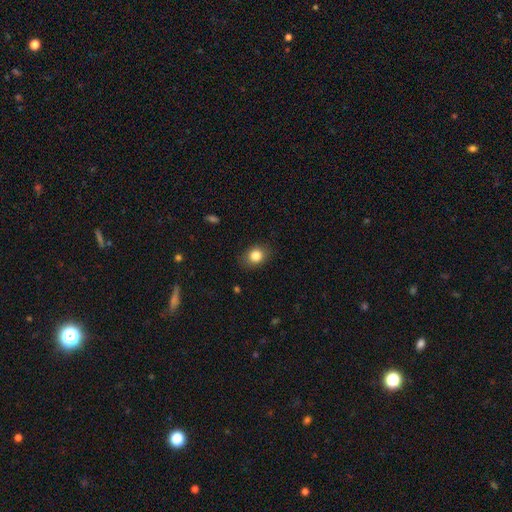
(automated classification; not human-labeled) This appears to be a smooth galaxy with no disk features (84%) that is round (51%). Merging: none (83%).